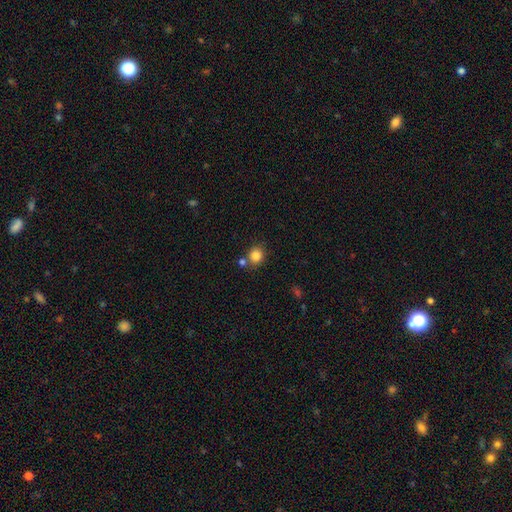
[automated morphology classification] Smooth or featured? Predicted: smooth (p=0.84). How rounded? Predicted: round (p=0.84). Merging? Predicted: none (p=0.70).